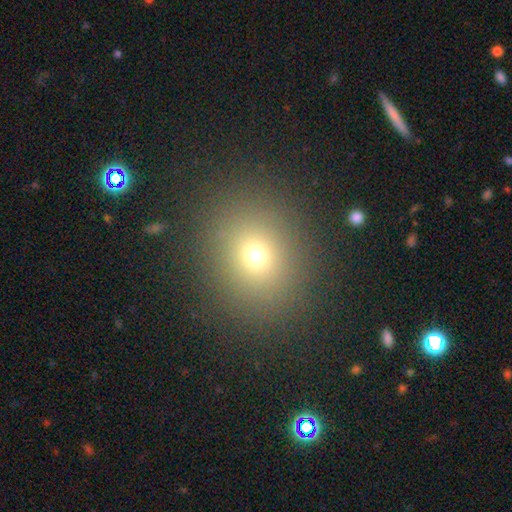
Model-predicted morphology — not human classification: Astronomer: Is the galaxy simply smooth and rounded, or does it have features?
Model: smooth — 70%.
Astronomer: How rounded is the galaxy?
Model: round — 72%.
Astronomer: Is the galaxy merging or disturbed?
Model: none — 88%.